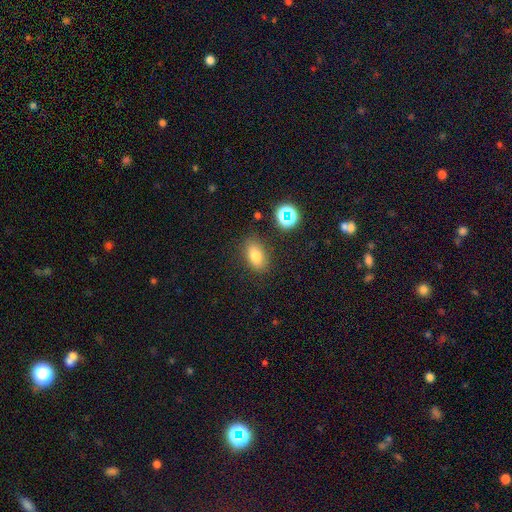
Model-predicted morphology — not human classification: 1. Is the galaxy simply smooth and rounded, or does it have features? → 75% smooth, 13% star or artifact, 11% featured or disk.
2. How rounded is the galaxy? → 84% in between, 11% round, 4% cigar-shaped.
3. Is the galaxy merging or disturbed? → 83% none, 11% minor disturbance, 3% major disturbance, 2% merger.